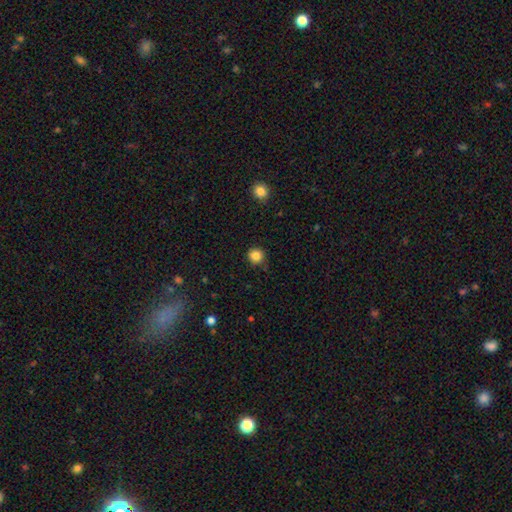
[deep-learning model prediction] A smooth galaxy with no disk features (85%) that is round (93%). Merging: none (87%).